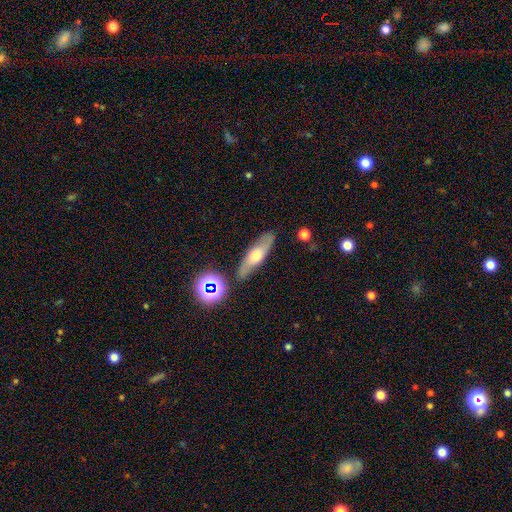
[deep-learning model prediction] A featured or disk galaxy (48%).

Vote fractions:
- Smooth or featured? featured or disk: 48% / smooth: 42% / star or artifact: 10%
- Merging? none: 82% / minor disturbance: 12% / merger: 4% / major disturbance: 3%